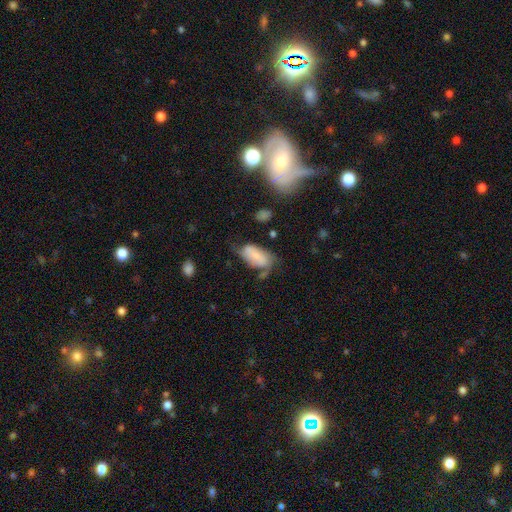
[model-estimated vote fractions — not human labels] smooth-or-featured: smooth: 63% | featured or disk: 29% | star or artifact: 8%
  how-rounded: in between: 92% | cigar-shaped: 4% | round: 4%
  merging: none: 39% | minor disturbance: 33% | major disturbance: 19% | merger: 9%